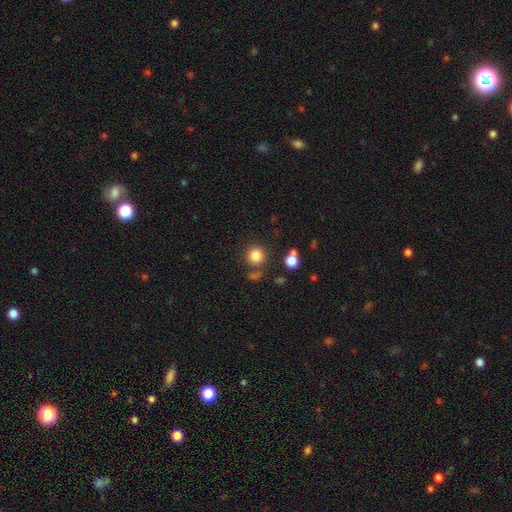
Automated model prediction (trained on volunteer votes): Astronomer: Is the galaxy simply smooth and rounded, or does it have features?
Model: smooth — 83%.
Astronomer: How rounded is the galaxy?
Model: round — 93%.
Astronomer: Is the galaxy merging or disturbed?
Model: none — 78%.